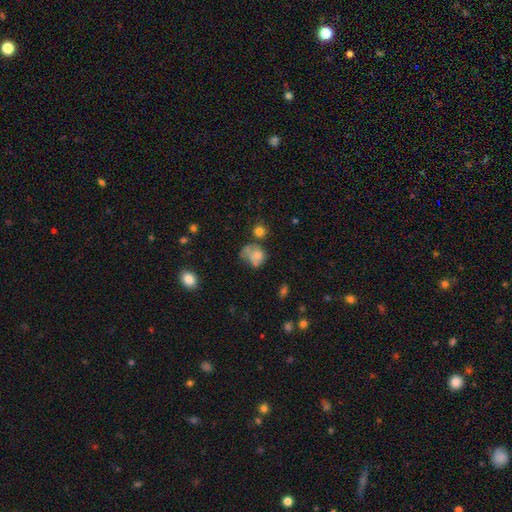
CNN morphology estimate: A smooth galaxy with no disk features (69%) that is round (53%). Merging: none (28%).